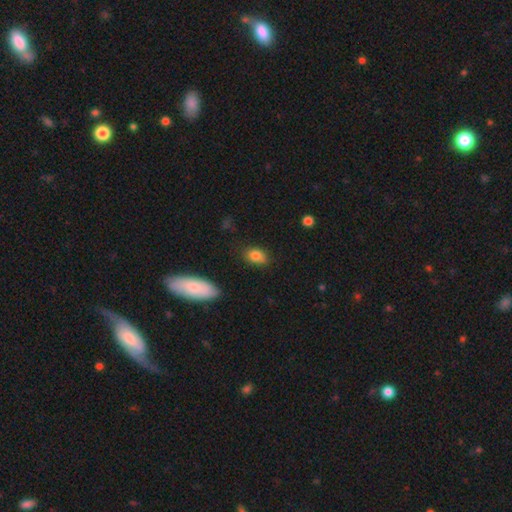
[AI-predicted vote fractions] Smooth or featured? smooth (83%)
How rounded? in between (82%)
Merging? none (79%)